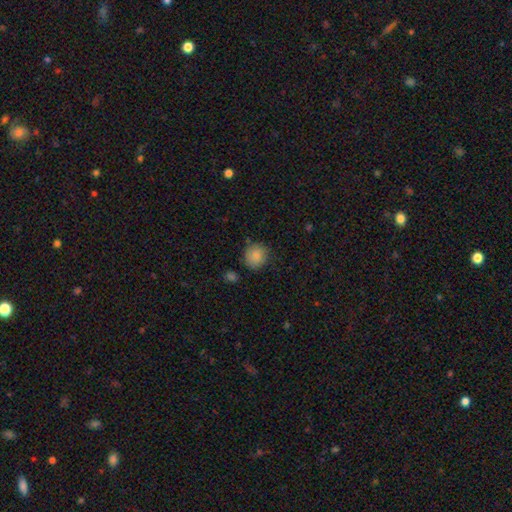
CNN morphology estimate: Smooth or featured?
  - smooth: 86% *
  - star or artifact: 8%
  - featured or disk: 6%
How rounded?
  - round: 85% *
  - in between: 15%
  - cigar-shaped: 1%
Merging?
  - none: 77% *
  - minor disturbance: 17%
  - major disturbance: 4%
  - merger: 3%